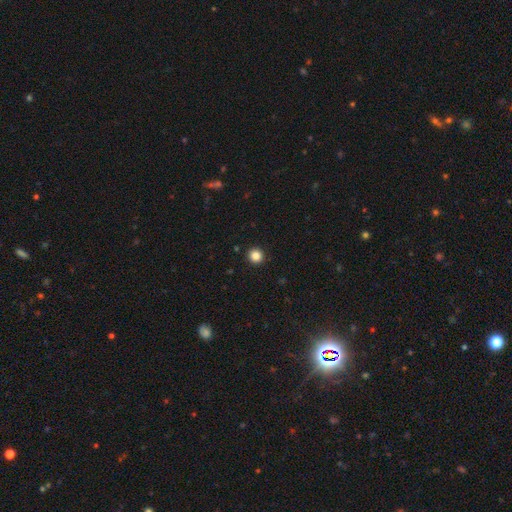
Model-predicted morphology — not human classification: Smooth or featured?
  - smooth: 85% *
  - star or artifact: 11%
  - featured or disk: 3%
How rounded?
  - round: 94% *
  - in between: 5%
  - cigar-shaped: 1%
Merging?
  - none: 93% *
  - minor disturbance: 4%
  - major disturbance: 2%
  - merger: 1%